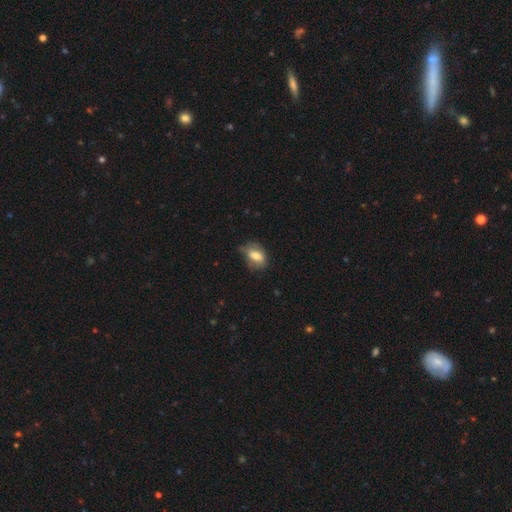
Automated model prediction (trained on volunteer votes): Smooth or featured? Predicted: smooth (p=0.74). How rounded? Predicted: in between (p=0.84). Merging? Predicted: none (p=0.52).